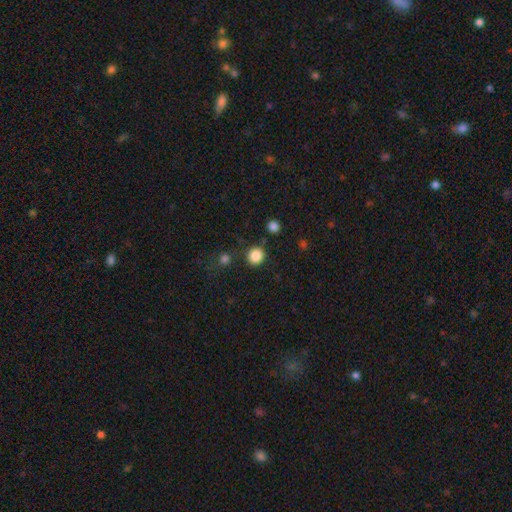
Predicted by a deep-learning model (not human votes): Overall: smooth (85%). How rounded: round (86%). Merging: none (84%).